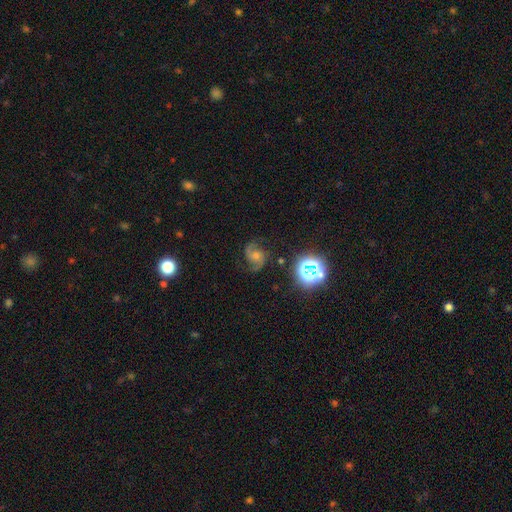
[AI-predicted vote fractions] smooth-or-featured: featured or disk: 79% | star or artifact: 14% | smooth: 8%
  disk-edge-on: no: 98% | yes: 2%
    bar: no: 64% | weak: 29% | strong: 7%
    has-spiral-arms: yes: 97% | no: 3%
      spiral-winding: medium: 56% | loose: 25% | tight: 19%
      spiral-arm-count: 2: 88% | 3: 4% | can't tell: 3% | 1: 2% | 4: 1% | more than 4: 1%
    bulge-size: moderate: 52% | small: 35% | large: 5% | none: 5% | dominant: 2%
  merging: none: 77% | minor disturbance: 15% | major disturbance: 6% | merger: 2%